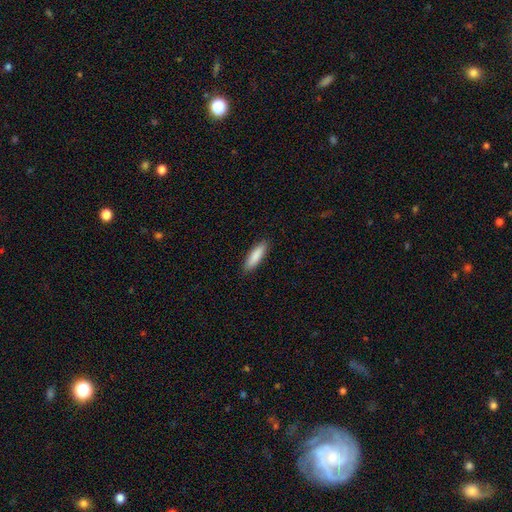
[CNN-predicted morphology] This is clearly a smooth galaxy (88%). How rounded: likely cigar-shaped (63%). Merging: clearly none (89%).